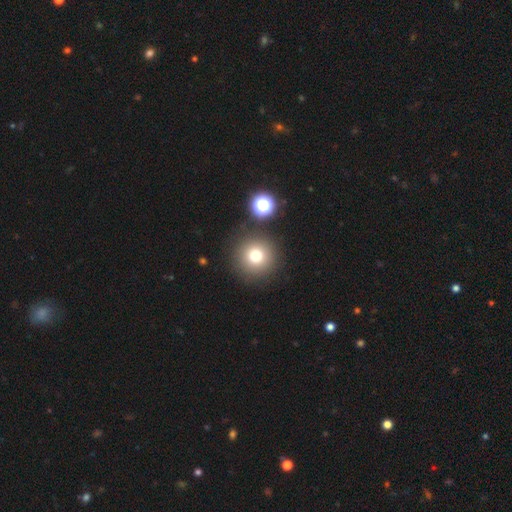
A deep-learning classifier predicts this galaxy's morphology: Overall: smooth (75%). How rounded: round (96%). Merging: none (86%).